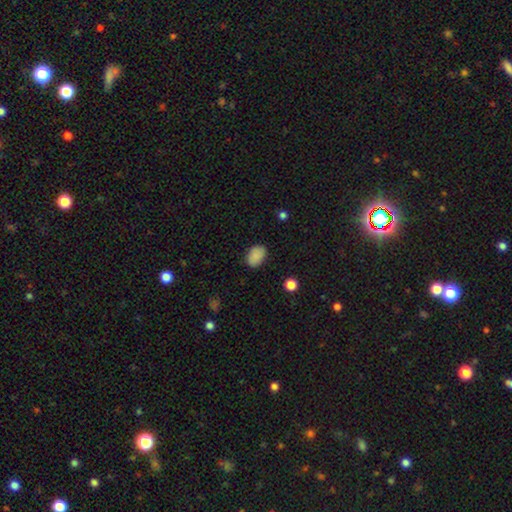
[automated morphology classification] Smooth or featured?
  - smooth: 88% *
  - star or artifact: 8%
  - featured or disk: 4%
How rounded?
  - in between: 82% *
  - round: 17%
  - cigar-shaped: 1%
Merging?
  - none: 84% *
  - minor disturbance: 12%
  - major disturbance: 3%
  - merger: 1%